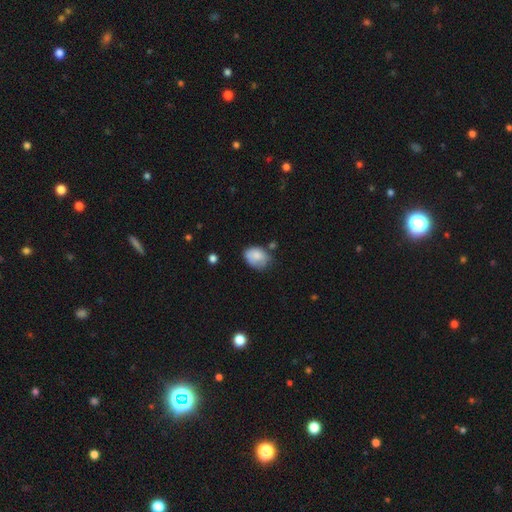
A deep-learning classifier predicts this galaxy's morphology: type=smooth (78%); roundness=in between (67%); merging=none (49%).